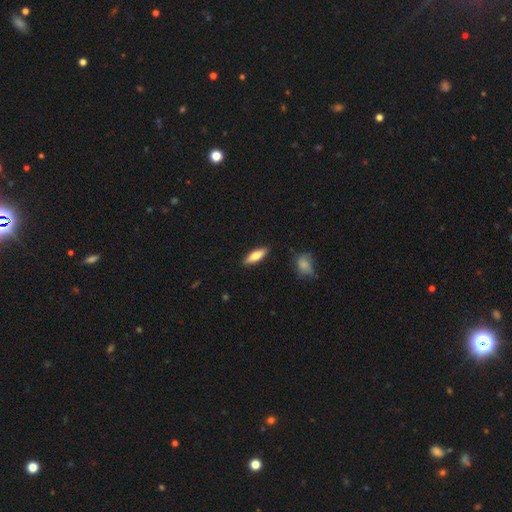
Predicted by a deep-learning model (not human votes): Morphology: type=smooth (73%); roundness=in between (52%); merging=none (88%).